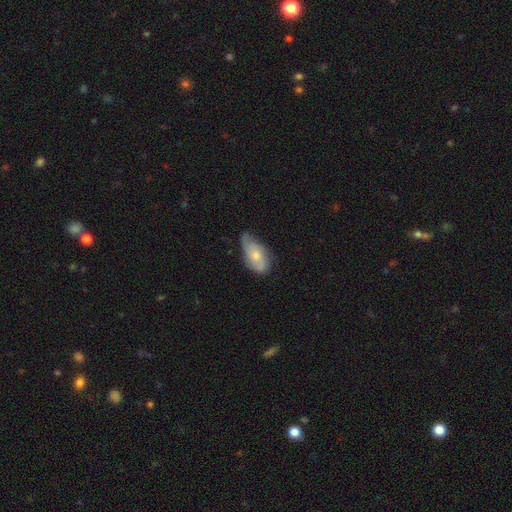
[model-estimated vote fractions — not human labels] This appears to be a smooth galaxy with no disk features (54%) that is in between round and cigar-shaped (90%). Merging: minor disturbance (43%).